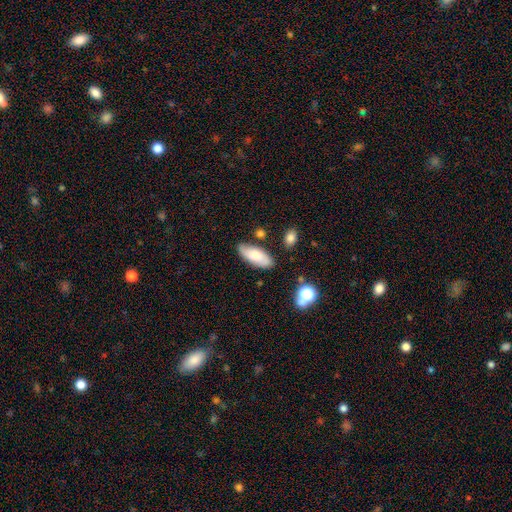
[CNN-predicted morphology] The model was most divided on "smooth or featured": smooth: 70%, featured or disk: 22%, star or artifact: 8%. More confident: how rounded — in between (83%); merging — none (75%).